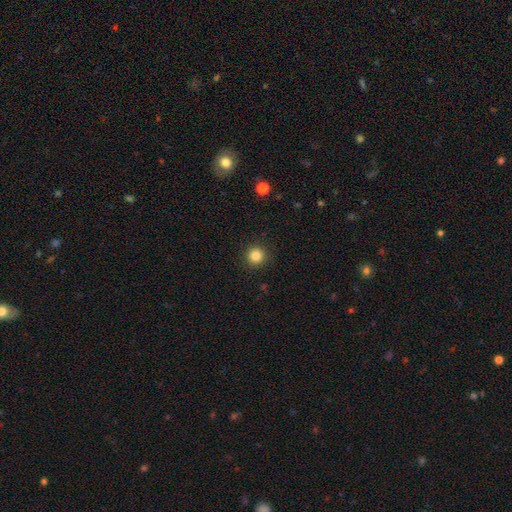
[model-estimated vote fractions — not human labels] The model was most divided on "smooth or featured": smooth: 84%, star or artifact: 12%, featured or disk: 4%. More confident: how rounded — round (95%); merging — none (92%).